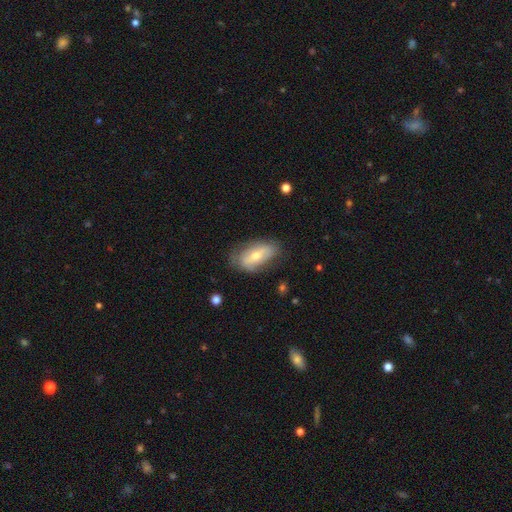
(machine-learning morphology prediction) Q: Smooth or featured?
A: featured or disk (50%); runner-up: smooth (42%)
Q: Edge-on disk?
A: no (84%); runner-up: yes (16%)
Q: Merging?
A: none (70%); runner-up: minor disturbance (22%)